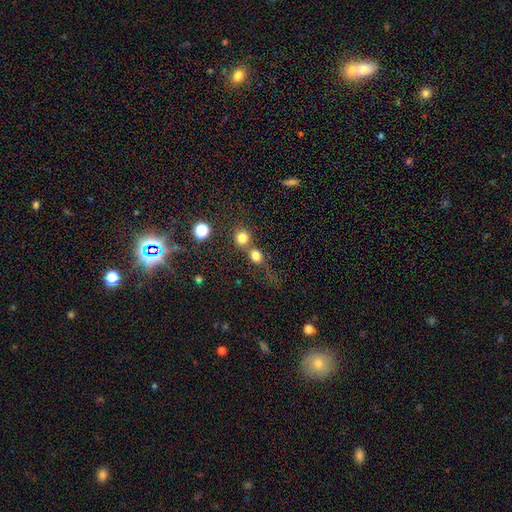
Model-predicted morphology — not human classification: Smooth or featured? Predicted: smooth (p=0.77). How rounded? Predicted: round (p=0.81). Merging? Predicted: none (p=0.44).